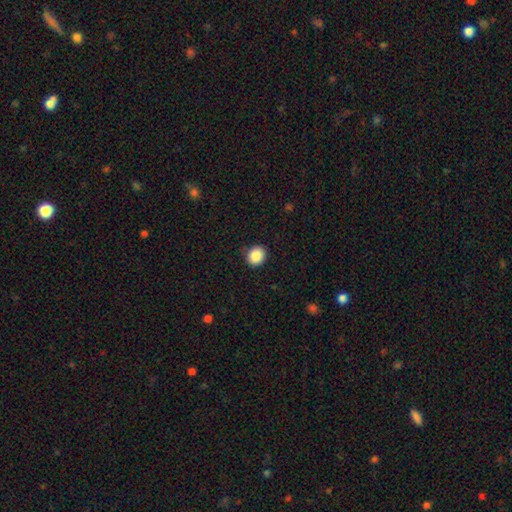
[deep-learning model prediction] Q: Smooth or featured?
A: smooth (87%); runner-up: star or artifact (9%)
Q: How rounded?
A: round (78%); runner-up: in between (21%)
Q: Merging?
A: none (87%); runner-up: minor disturbance (9%)